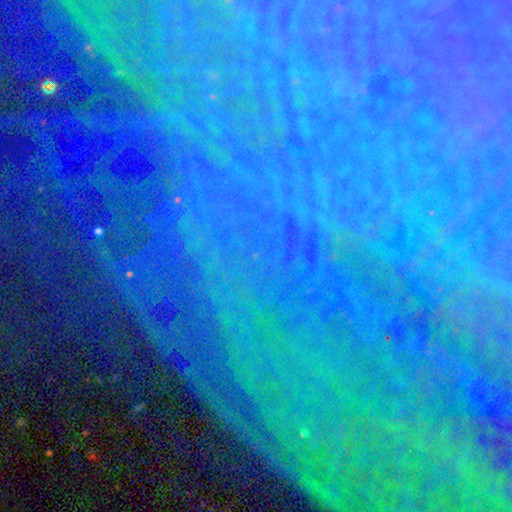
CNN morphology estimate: type=star or artifact (85%).